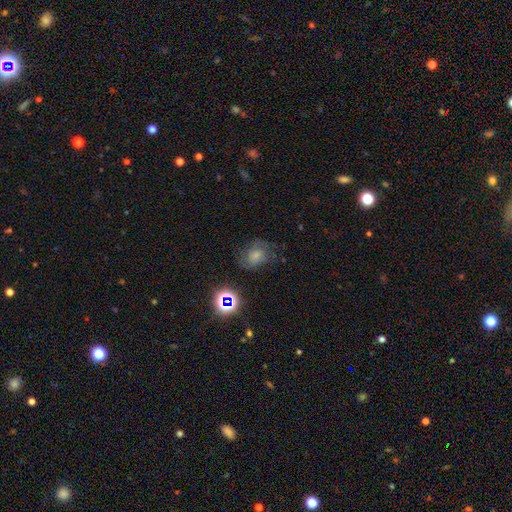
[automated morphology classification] type=smooth (55%); roundness=in between (57%); merging=none (61%).